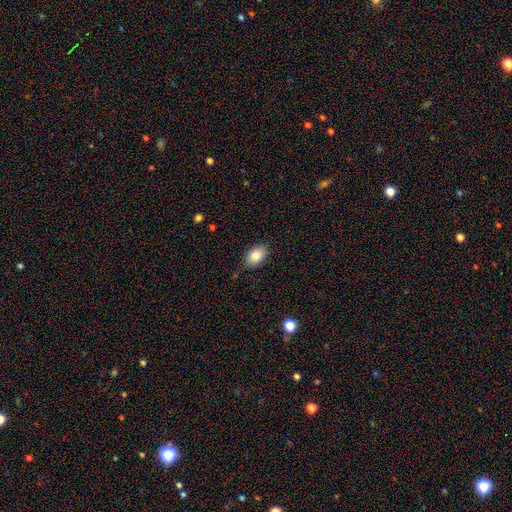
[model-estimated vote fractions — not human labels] A smooth galaxy with no disk features (83%) that is in between round and cigar-shaped (88%). Merging: none (84%).